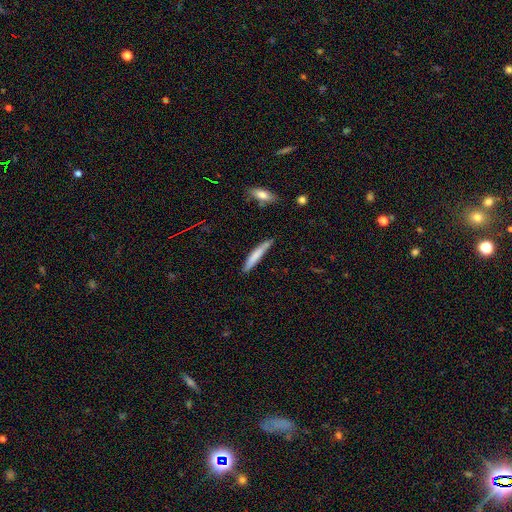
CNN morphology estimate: smooth_or_featured: smooth (p=0.73) [alt: featured or disk p=0.21]
how_rounded: cigar-shaped (p=0.93) [alt: in between p=0.05]
merging: none (p=0.74) [alt: minor disturbance p=0.20]